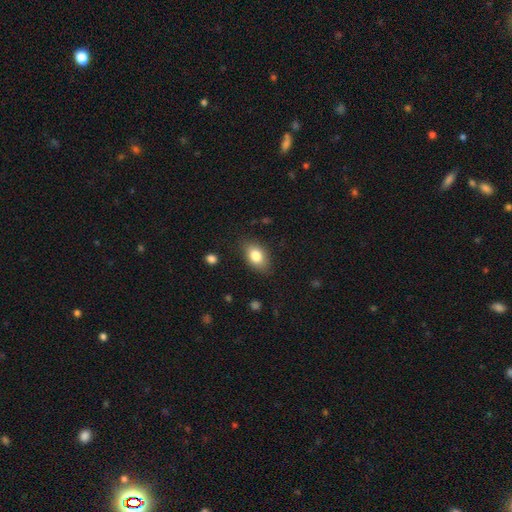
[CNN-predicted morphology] Q: Smooth or featured?
A: smooth (82%); runner-up: featured or disk (10%)
Q: How rounded?
A: in between (86%); runner-up: round (12%)
Q: Merging?
A: none (83%); runner-up: minor disturbance (13%)